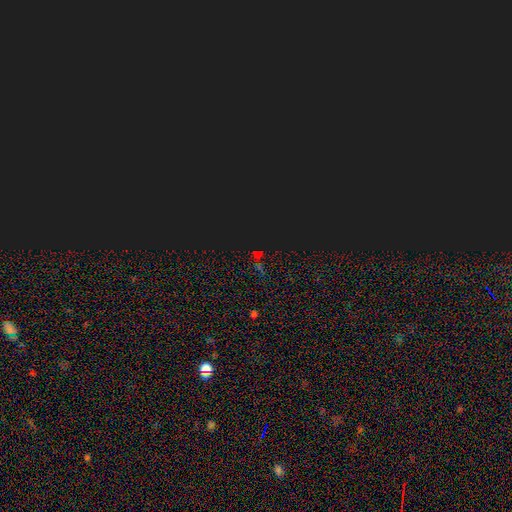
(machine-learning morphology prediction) Smooth or featured? star or artifact (72%)